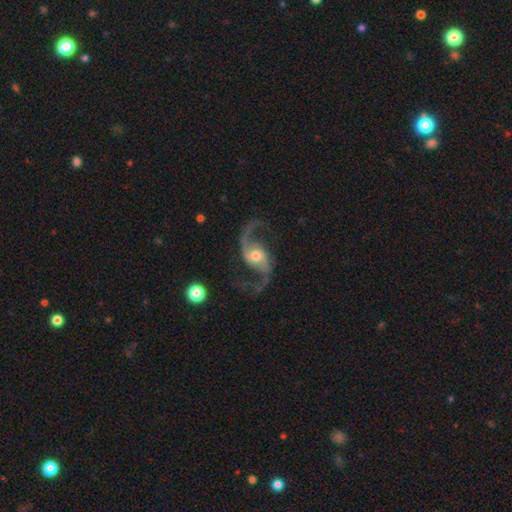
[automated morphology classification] smooth-or-featured: featured or disk: 92% | star or artifact: 4% | smooth: 4%
  disk-edge-on: no: 98% | yes: 2%
    bar: no: 52% | weak: 34% | strong: 14%
    has-spiral-arms: yes: 98% | no: 2%
      spiral-winding: loose: 74% | medium: 22% | tight: 4%
      spiral-arm-count: 2: 95% | 1: 1% | can't tell: 1% | 3: 1% | 4: 1% | more than 4: 1%
    bulge-size: moderate: 67% | small: 22% | large: 9% | none: 1% | dominant: 1%
  merging: none: 77% | minor disturbance: 13% | major disturbance: 9% | merger: 2%